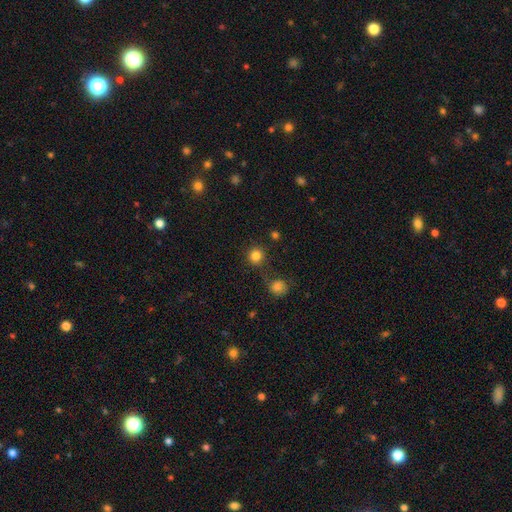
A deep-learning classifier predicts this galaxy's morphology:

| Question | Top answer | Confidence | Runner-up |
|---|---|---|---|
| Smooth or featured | smooth | 83% | star or artifact (12%) |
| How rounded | round | 93% | in between (6%) |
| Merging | none | 78% | minor disturbance (9%) |